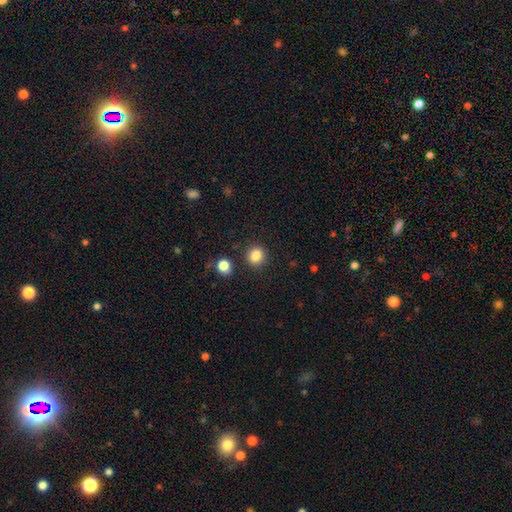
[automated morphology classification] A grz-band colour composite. It shows a smooth galaxy with no disk features (85%) that is round (82%). Merging: none (87%).